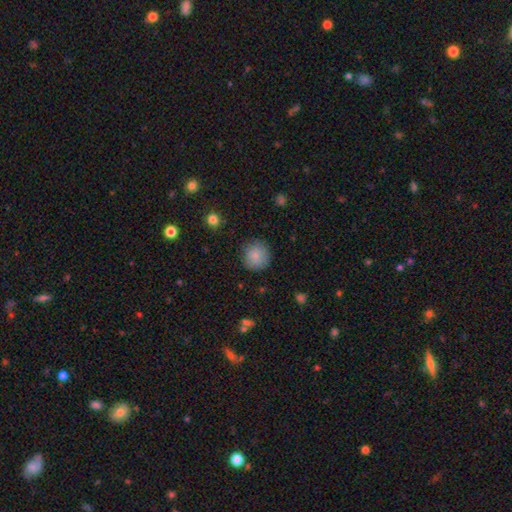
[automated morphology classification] This appears to be a smooth galaxy with no disk features (84%) that is round (92%). Merging: none (84%).